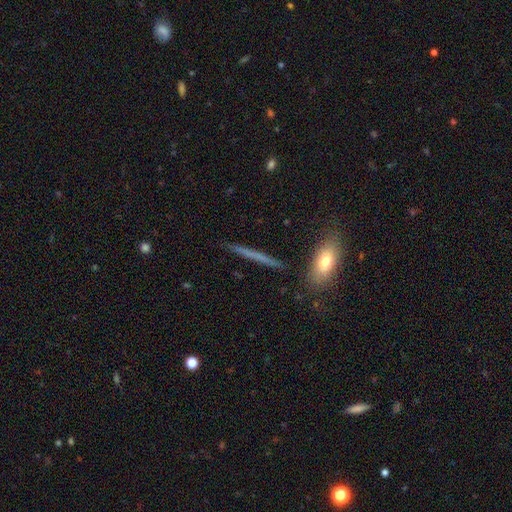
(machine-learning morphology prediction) smooth-or-featured: smooth: 46% | featured or disk: 45% | star or artifact: 10%
  merging: none: 88% | minor disturbance: 8% | major disturbance: 2% | merger: 2%